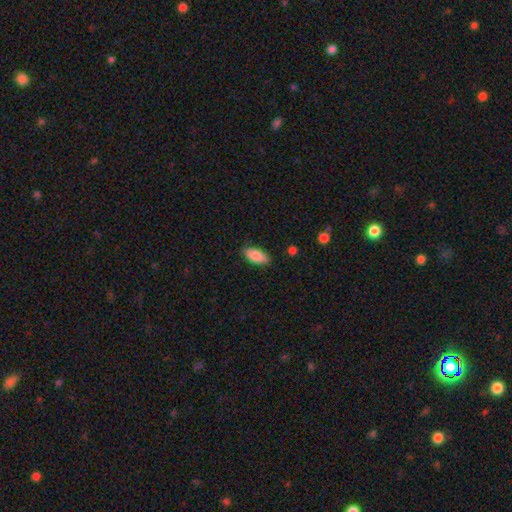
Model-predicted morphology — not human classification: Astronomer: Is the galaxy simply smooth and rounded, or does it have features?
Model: smooth — 87%.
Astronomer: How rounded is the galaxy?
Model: in between — 90%.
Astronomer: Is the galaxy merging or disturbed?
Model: none — 85%.